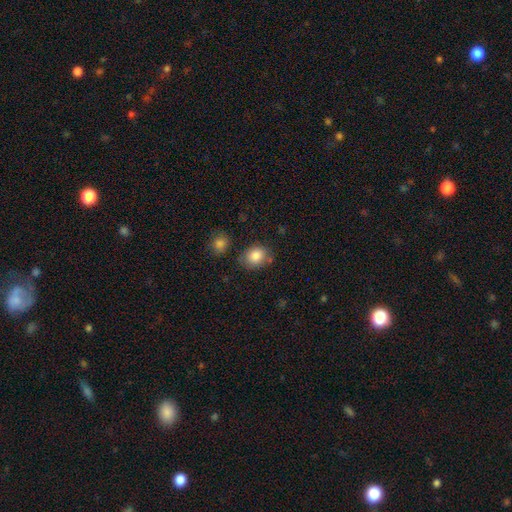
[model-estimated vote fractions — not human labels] Morphology: type=smooth (85%); roundness=round (50%); merging=none (73%).